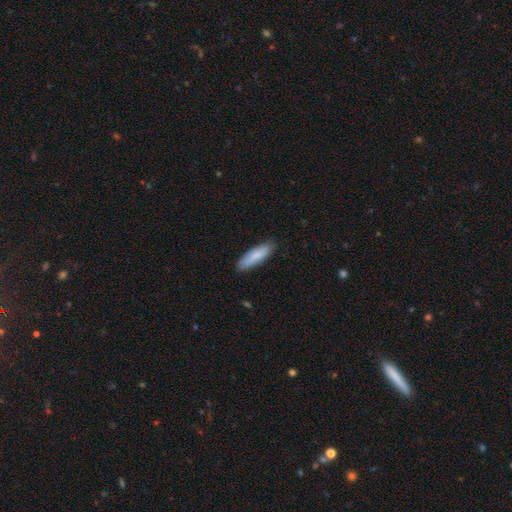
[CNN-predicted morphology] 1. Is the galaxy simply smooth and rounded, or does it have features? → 84% smooth, 10% featured or disk, 6% star or artifact.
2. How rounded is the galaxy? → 59% cigar-shaped, 39% in between, 1% round.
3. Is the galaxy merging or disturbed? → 84% none, 12% minor disturbance, 2% major disturbance, 1% merger.